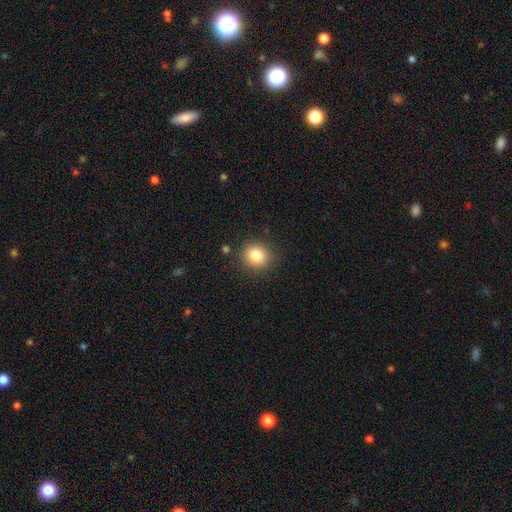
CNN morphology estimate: The model was most divided on "how rounded": round: 84%, in between: 15%, cigar-shaped: 1%. More confident: merging — none (87%); smooth or featured — smooth (83%).